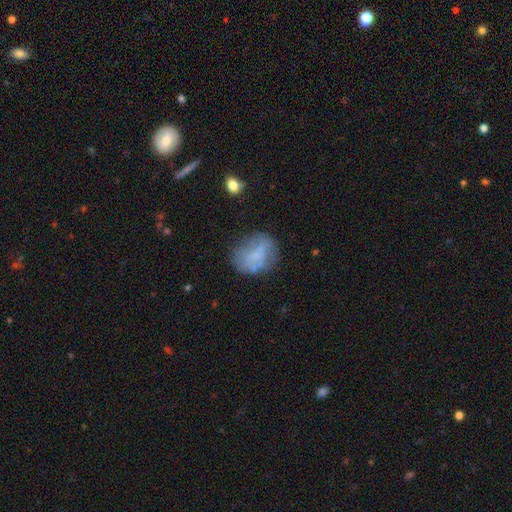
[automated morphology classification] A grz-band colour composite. It shows a smooth galaxy with no disk features (56%) that is in between round and cigar-shaped (51%). Merging: none (54%).